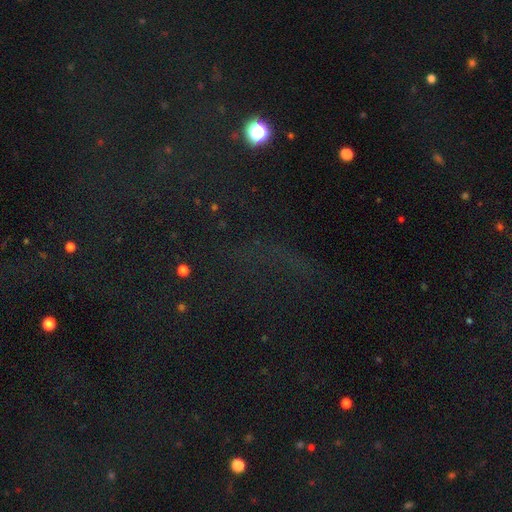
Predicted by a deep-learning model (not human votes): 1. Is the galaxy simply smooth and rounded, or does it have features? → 71% star or artifact, 17% smooth, 12% featured or disk.